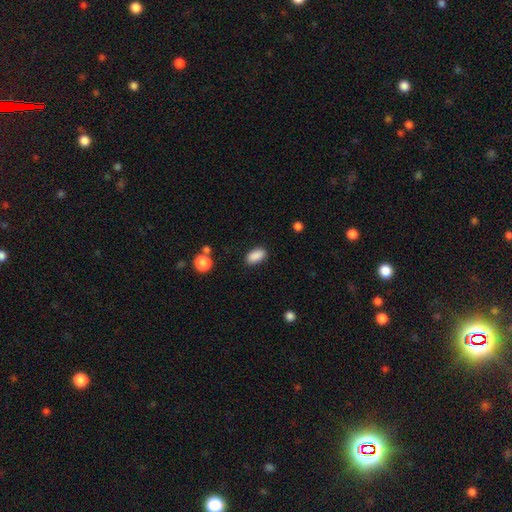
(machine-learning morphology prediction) A smooth galaxy with no disk features (89%) that is in between round and cigar-shaped (92%).

Vote fractions:
- Smooth or featured? smooth: 89% / star or artifact: 8% / featured or disk: 3%
- How rounded? in between: 92% / round: 5% / cigar-shaped: 3%
- Merging? none: 87% / minor disturbance: 9% / major disturbance: 3% / merger: 1%